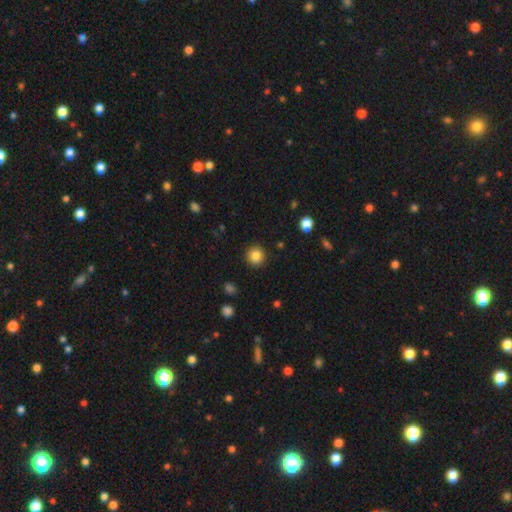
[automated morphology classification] A smooth galaxy with no disk features (85%) that is round (92%).

Vote fractions:
- Smooth or featured? smooth: 85% / star or artifact: 10% / featured or disk: 5%
- How rounded? round: 92% / in between: 7% / cigar-shaped: 1%
- Merging? none: 92% / minor disturbance: 5% / major disturbance: 2% / merger: 1%